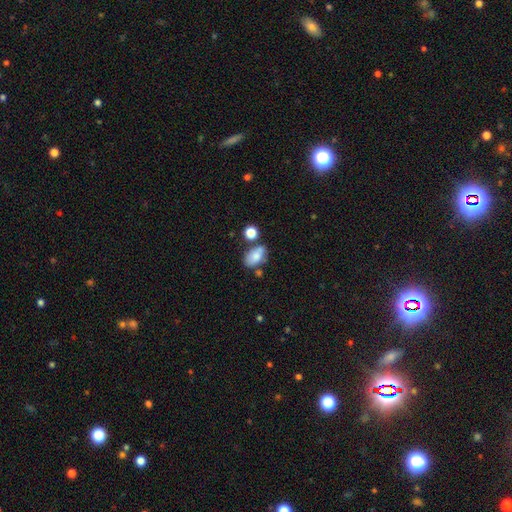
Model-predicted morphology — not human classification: Smooth or featured? Predicted: smooth (p=0.77). How rounded? Predicted: in between (p=0.88). Merging? Predicted: none (p=0.59).